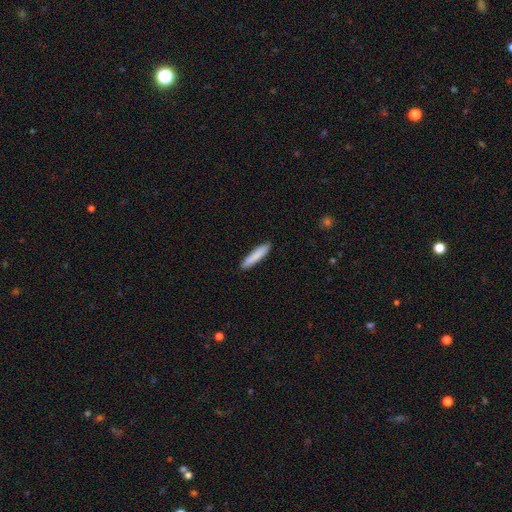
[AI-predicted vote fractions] The model was most divided on "smooth or featured": smooth: 85%, featured or disk: 9%, star or artifact: 5%. More confident: merging — none (90%); how rounded — cigar-shaped (89%).